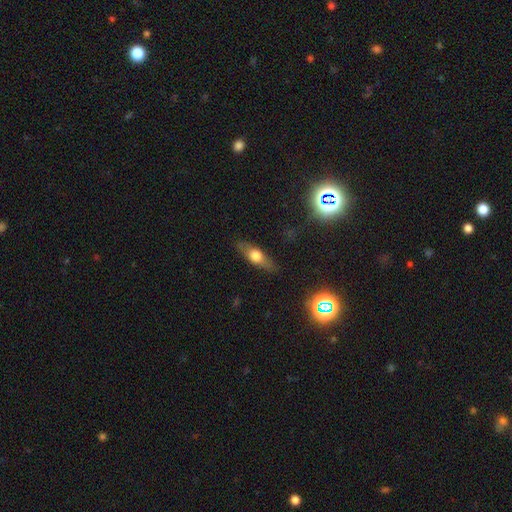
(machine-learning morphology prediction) A smooth galaxy with no disk features (49%).

Vote fractions:
- Smooth or featured? smooth: 49% / featured or disk: 42% / star or artifact: 9%
- Merging? none: 83% / minor disturbance: 12% / major disturbance: 3% / merger: 1%